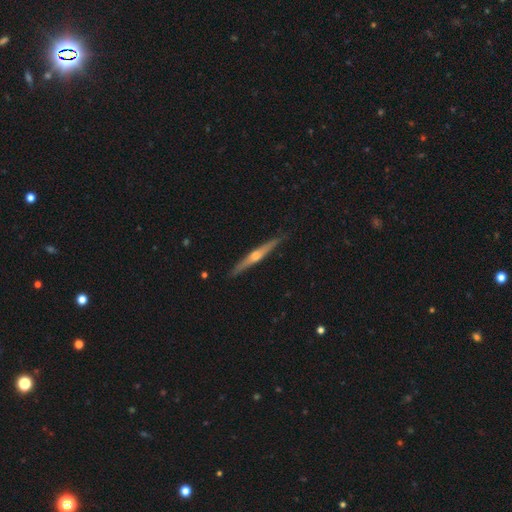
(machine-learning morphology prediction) type=featured or disk (72%); edge-on=yes (98%); edge-on bulge=rounded (85%); merging=none (90%).